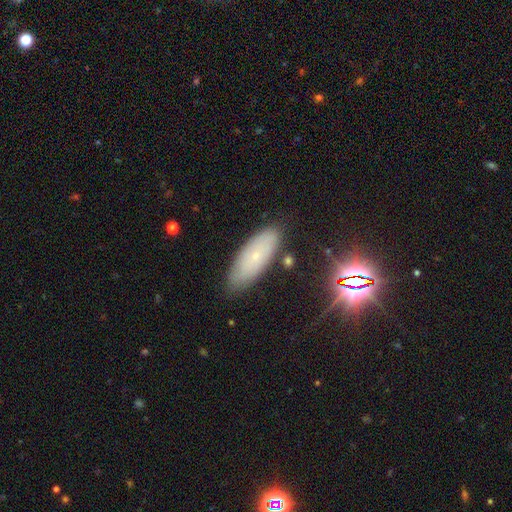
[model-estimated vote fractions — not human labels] Smooth or featured?
  - smooth: 52% *
  - featured or disk: 33%
  - star or artifact: 14%
How rounded?
  - in between: 69% *
  - cigar-shaped: 28%
  - round: 2%
Merging?
  - none: 81% *
  - minor disturbance: 14%
  - major disturbance: 3%
  - merger: 2%